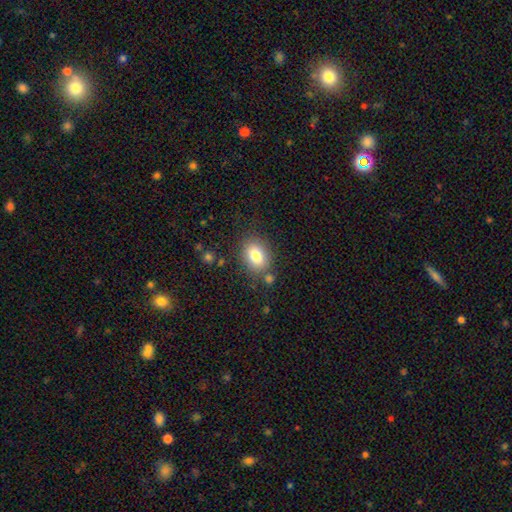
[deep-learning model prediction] smooth 81%, featured or disk 10%, star or artifact 9%. Down the decision tree: how rounded — in between (70%); merging — none (77%).